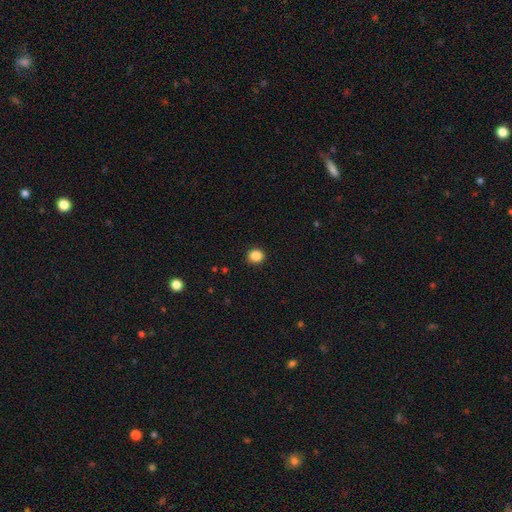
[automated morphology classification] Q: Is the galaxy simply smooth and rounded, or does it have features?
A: smooth — 87%.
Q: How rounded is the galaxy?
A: round — 83%.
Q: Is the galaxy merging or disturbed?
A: none — 91%.